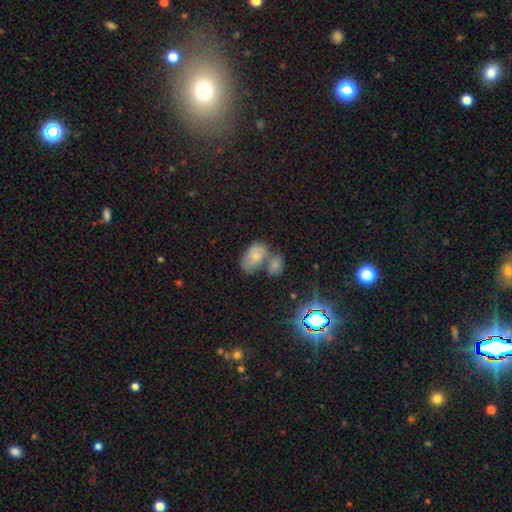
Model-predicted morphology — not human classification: Smooth or featured: smooth — 68% (featured or disk — 21%)
How rounded: in between — 90% (round — 8%)
Merging: merger — 50% (none — 30%)